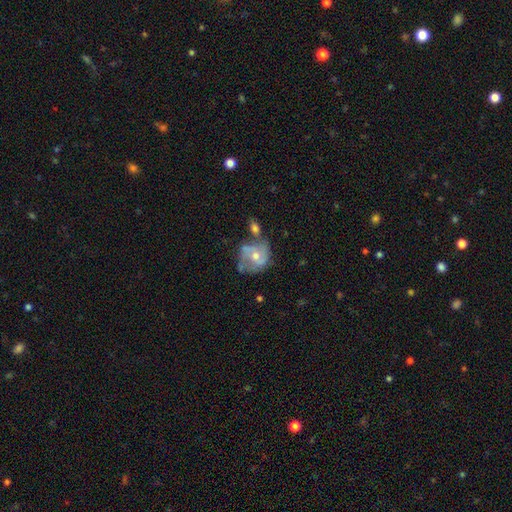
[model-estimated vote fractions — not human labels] This is likely a featured or disk galaxy (65%). It is clearly not viewed edge-on (97%). Bar: likely no (67%). Spiral arm pattern: likely yes (69%). Central bulge: likely moderate (67%). Merging: marginally none (42%).